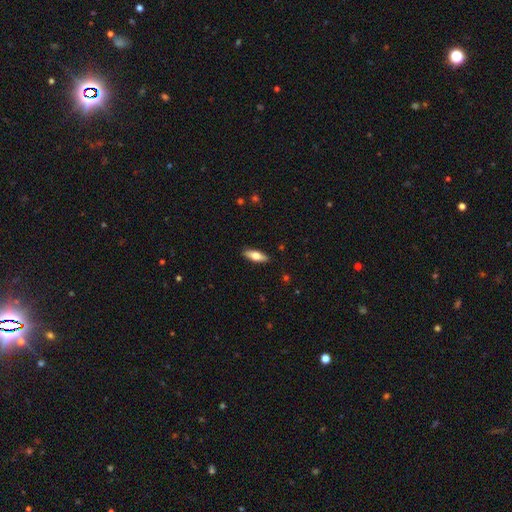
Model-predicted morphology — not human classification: smooth_or_featured: smooth (p=0.65) [alt: featured or disk p=0.29]
how_rounded: in between (p=0.57) [alt: cigar-shaped p=0.40]
merging: none (p=0.89) [alt: minor disturbance p=0.08]